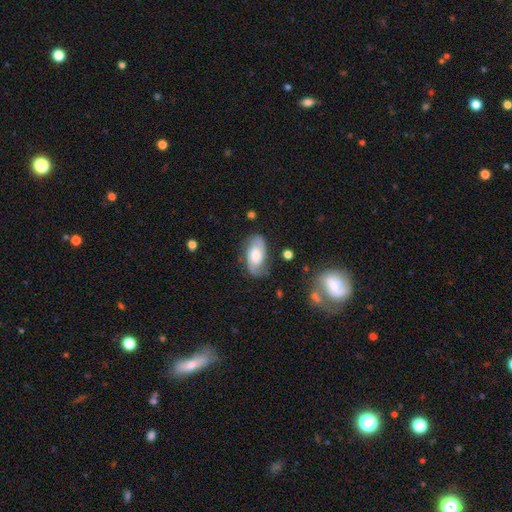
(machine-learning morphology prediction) Smooth or featured? featured or disk (58%)
Edge-on disk? no (94%)
Bar? no (67%)
Spiral arms? yes (85%)
Bulge size? moderate (40%)
Merging? none (72%)